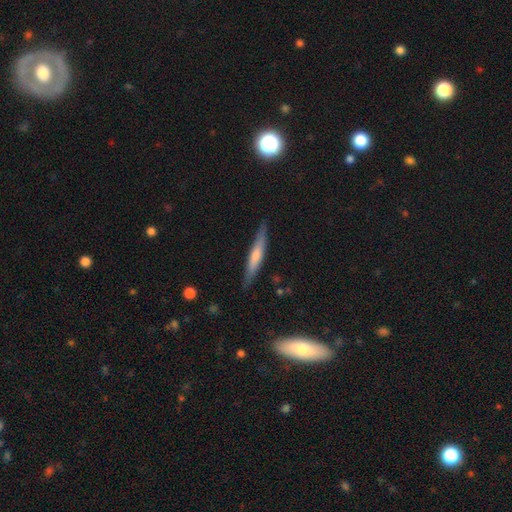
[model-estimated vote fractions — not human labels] This is possibly a smooth galaxy (50%). Merging: clearly none (87%).